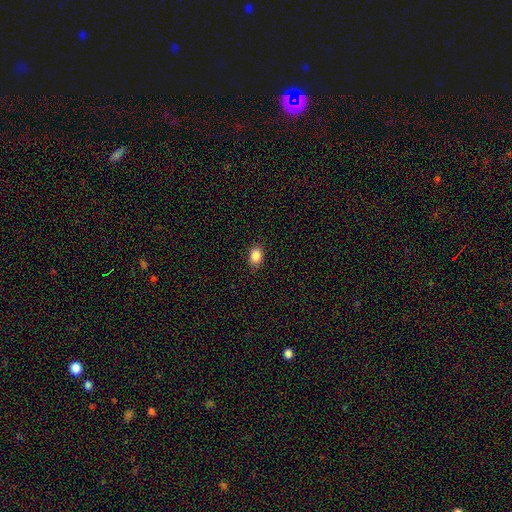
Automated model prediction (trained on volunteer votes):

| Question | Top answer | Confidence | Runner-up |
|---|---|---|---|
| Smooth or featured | smooth | 87% | star or artifact (9%) |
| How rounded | in between | 71% | round (28%) |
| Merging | none | 87% | minor disturbance (10%) |